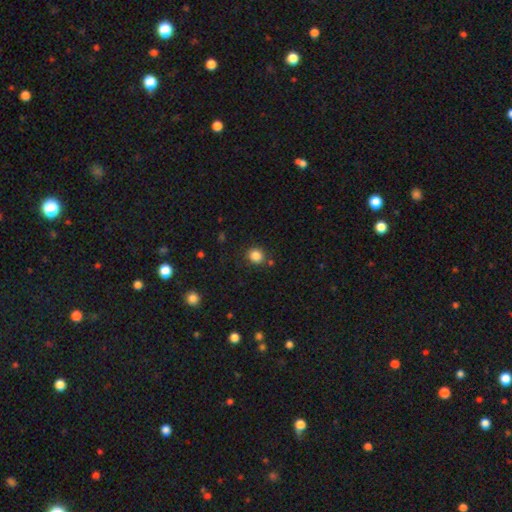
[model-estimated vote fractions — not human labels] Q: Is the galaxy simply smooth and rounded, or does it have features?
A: smooth — 85%.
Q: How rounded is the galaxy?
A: round — 83%.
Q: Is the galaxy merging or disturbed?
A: none — 83%.